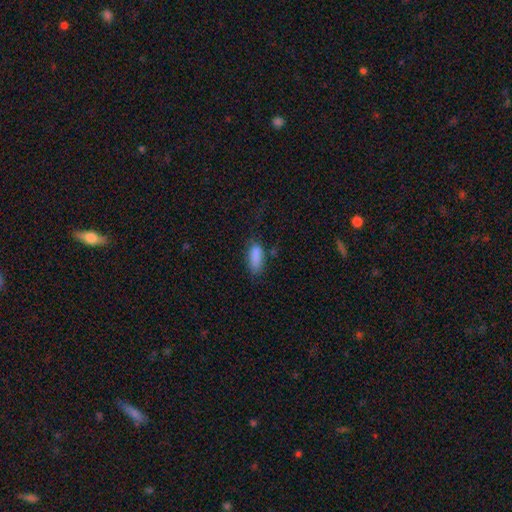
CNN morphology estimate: A smooth galaxy with no disk features (84%) that is in between round and cigar-shaped (81%). Merging: none (58%).